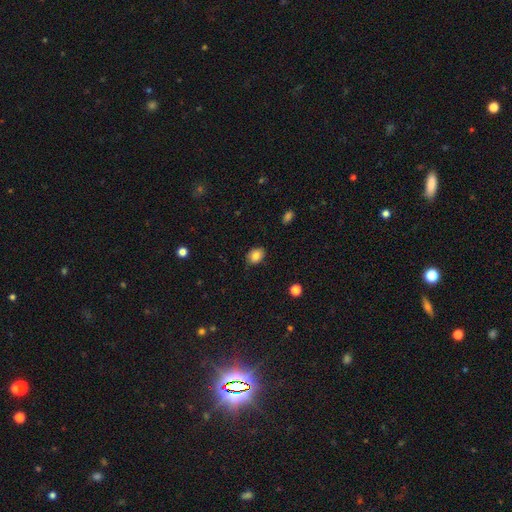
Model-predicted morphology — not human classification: Q: Smooth or featured?
A: smooth (84%); runner-up: star or artifact (9%)
Q: How rounded?
A: in between (63%); runner-up: round (36%)
Q: Merging?
A: none (84%); runner-up: minor disturbance (13%)